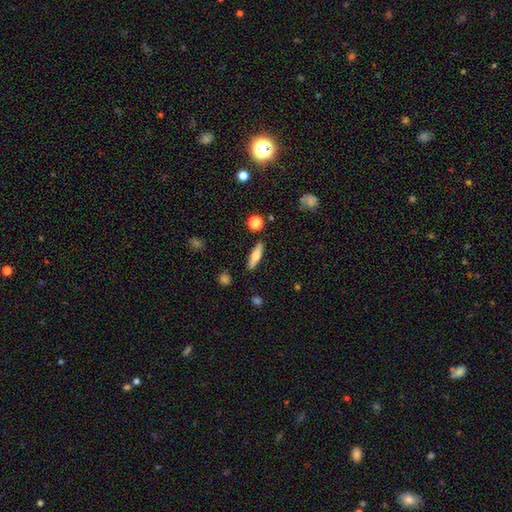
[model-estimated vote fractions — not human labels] A smooth galaxy with no disk features (62%) that is cigar-shaped (66%). Merging: none (87%).